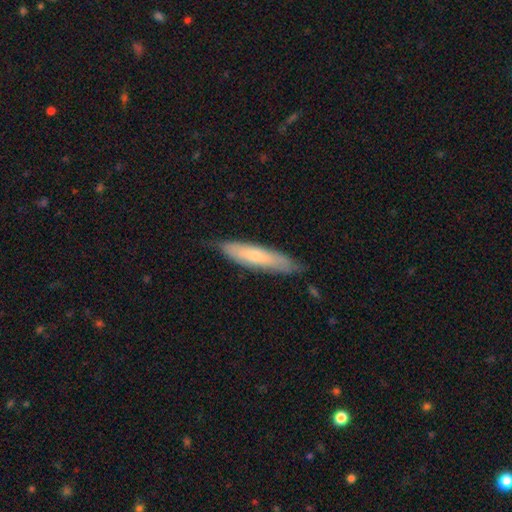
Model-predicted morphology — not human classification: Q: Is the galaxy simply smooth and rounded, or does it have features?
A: smooth — 62%.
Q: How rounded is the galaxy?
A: cigar-shaped — 78%.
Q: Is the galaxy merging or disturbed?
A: none — 75%.